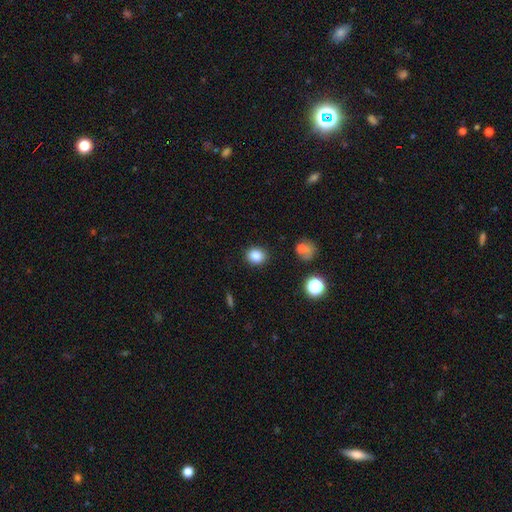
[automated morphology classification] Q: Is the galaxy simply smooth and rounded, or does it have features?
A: smooth — 84%.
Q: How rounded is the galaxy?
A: round — 70%.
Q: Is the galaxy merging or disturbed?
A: none — 89%.